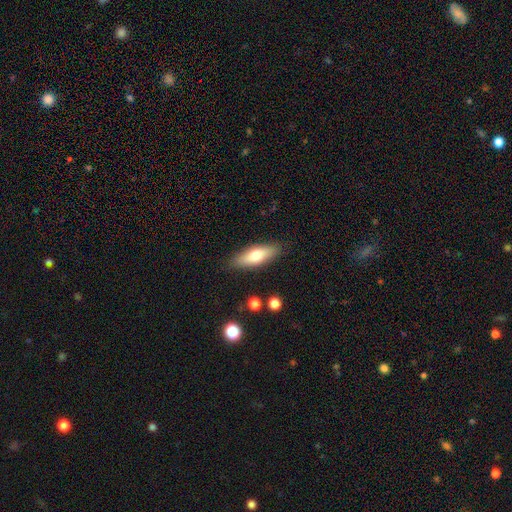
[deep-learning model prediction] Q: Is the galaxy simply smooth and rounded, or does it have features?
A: smooth — 66%.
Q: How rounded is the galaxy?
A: in between — 55%.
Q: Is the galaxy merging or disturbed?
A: none — 86%.